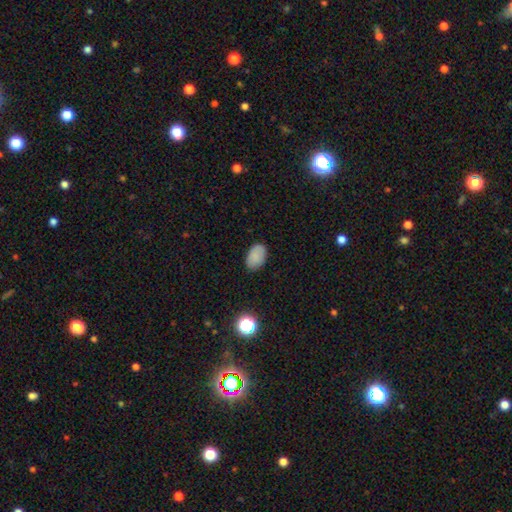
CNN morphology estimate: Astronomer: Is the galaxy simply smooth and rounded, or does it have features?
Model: smooth — 86%.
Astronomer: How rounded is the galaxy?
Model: in between — 90%.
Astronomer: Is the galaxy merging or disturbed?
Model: none — 86%.